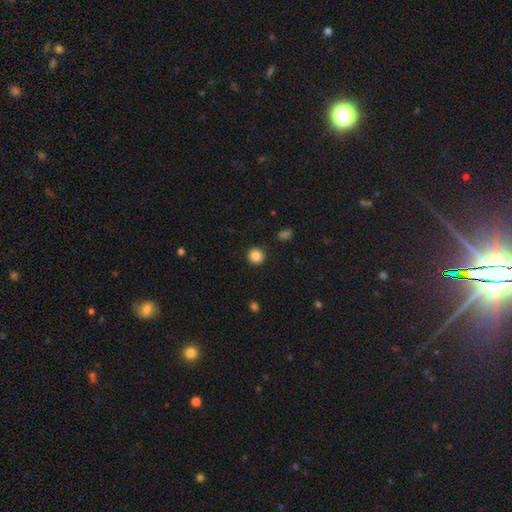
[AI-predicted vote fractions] A smooth galaxy with no disk features (85%) that is round (94%). Merging: none (92%).